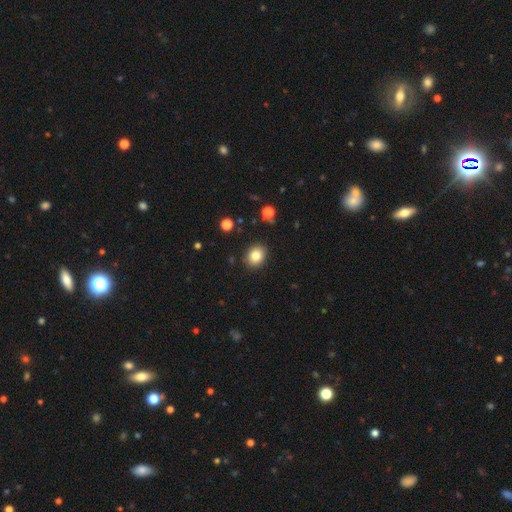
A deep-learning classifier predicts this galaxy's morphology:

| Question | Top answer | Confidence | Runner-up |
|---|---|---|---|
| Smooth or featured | smooth | 82% | star or artifact (10%) |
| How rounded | round | 53% | in between (46%) |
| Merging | none | 88% | minor disturbance (8%) |